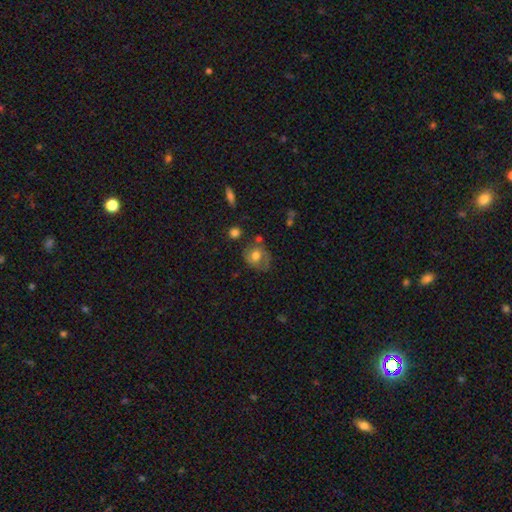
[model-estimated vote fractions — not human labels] Morphology: type=smooth (63%); roundness=round (62%); merging=none (54%).